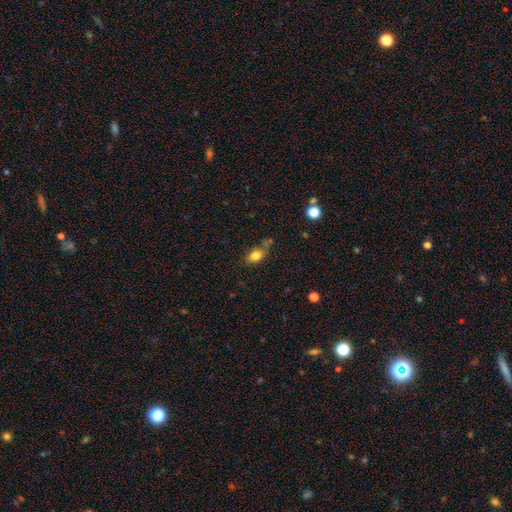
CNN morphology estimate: smooth-or-featured: smooth: 79% | featured or disk: 12% | star or artifact: 10%
  how-rounded: in between: 77% | round: 19% | cigar-shaped: 4%
  merging: none: 53% | minor disturbance: 26% | merger: 11% | major disturbance: 10%